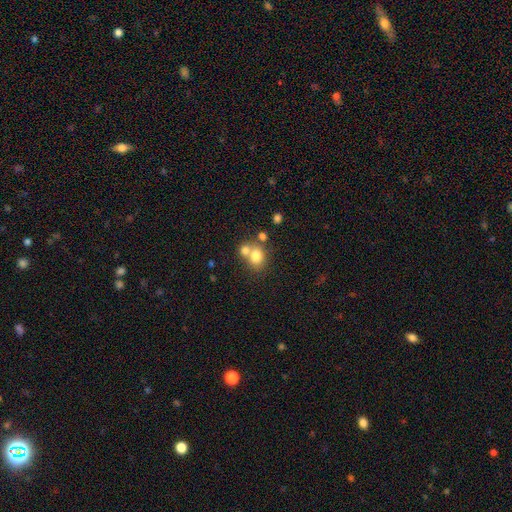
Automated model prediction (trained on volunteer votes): Overall: smooth (76%). How rounded: round (58%; in between 41%). Merging: merger (46%; none 41%).